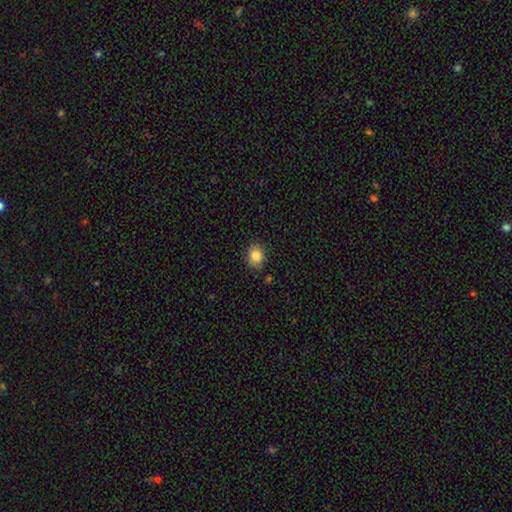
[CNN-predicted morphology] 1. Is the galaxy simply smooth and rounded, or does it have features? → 85% smooth, 9% star or artifact, 6% featured or disk.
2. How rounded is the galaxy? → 50% in between, 49% round, 1% cigar-shaped.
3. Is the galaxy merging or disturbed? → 87% none, 9% minor disturbance, 2% major disturbance, 1% merger.